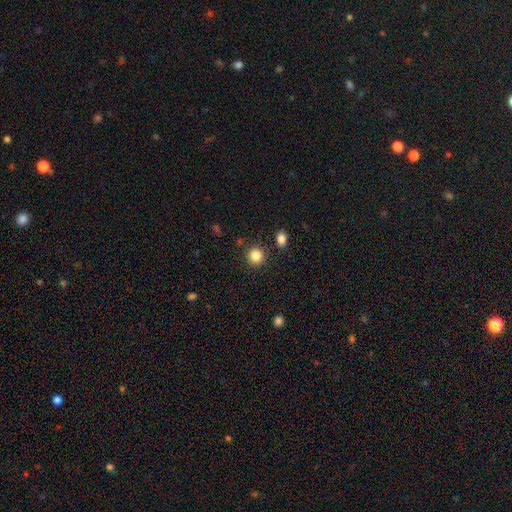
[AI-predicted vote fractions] This appears to be a smooth galaxy with no disk features (85%) that is round (90%). Merging: none (87%).